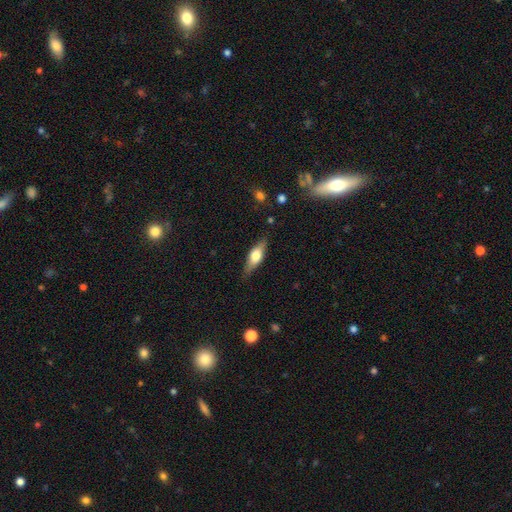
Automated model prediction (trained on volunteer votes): Smooth or featured? Predicted: smooth (p=0.50). Merging? Predicted: none (p=0.83).